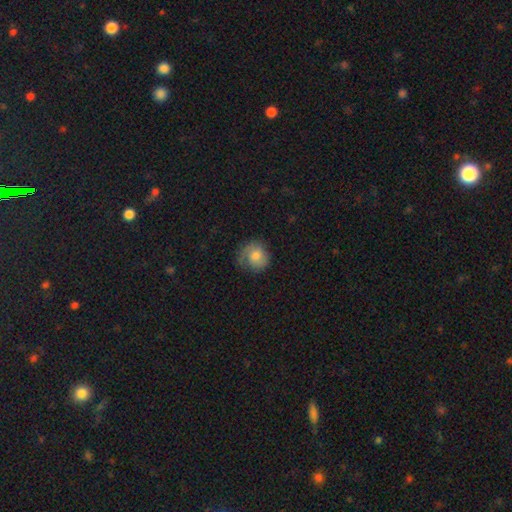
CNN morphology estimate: A smooth galaxy with no disk features (62%) that is round (81%). Merging: none (63%).